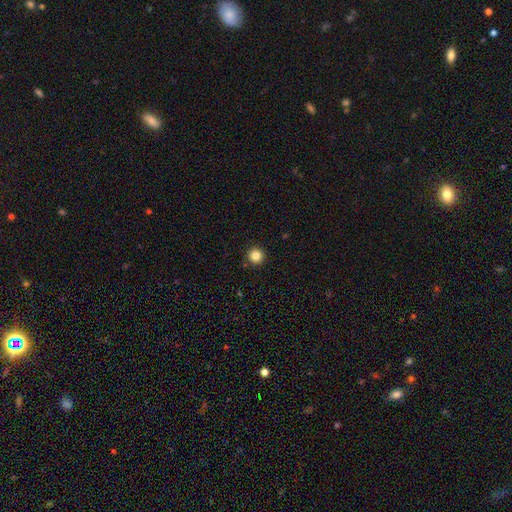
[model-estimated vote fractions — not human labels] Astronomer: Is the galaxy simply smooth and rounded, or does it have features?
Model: smooth — 84%.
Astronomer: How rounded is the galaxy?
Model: round — 96%.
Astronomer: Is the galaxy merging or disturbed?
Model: none — 92%.